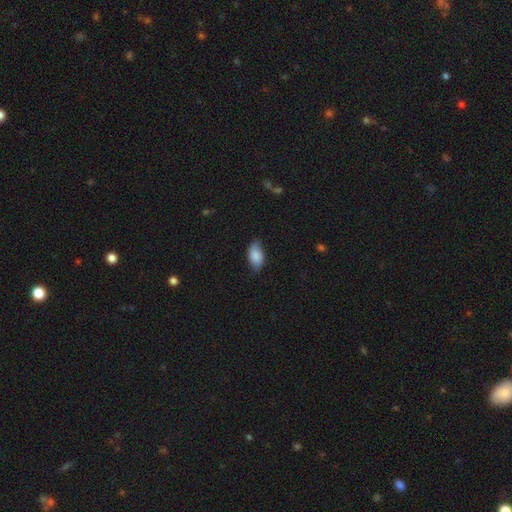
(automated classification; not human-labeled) A smooth galaxy with no disk features (86%) that is in between round and cigar-shaped (93%). Merging: none (73%).